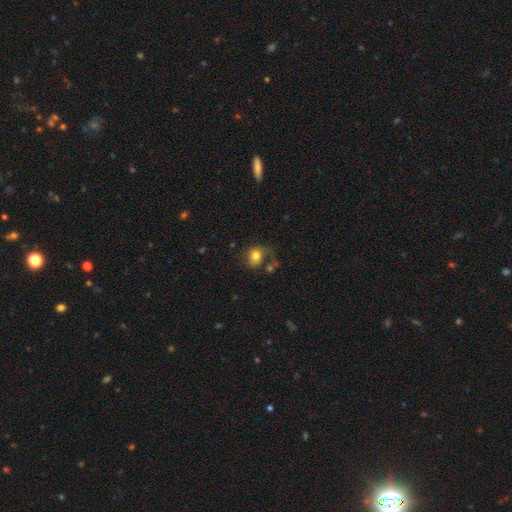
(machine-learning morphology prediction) Smooth or featured? smooth (74%)
How rounded? round (63%)
Merging? none (43%)